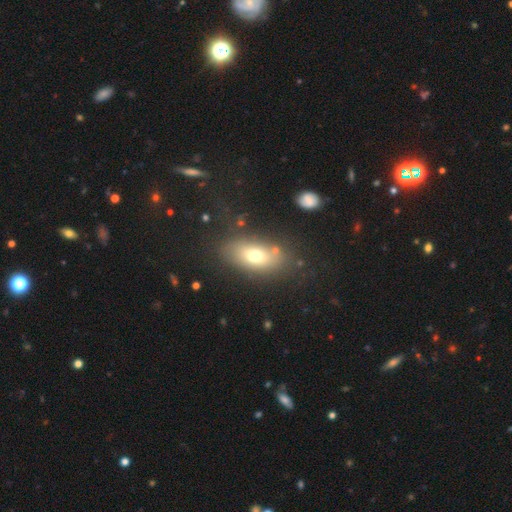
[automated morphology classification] This is likely a smooth galaxy (70%). How rounded: clearly in between (85%). Merging: likely none (76%).